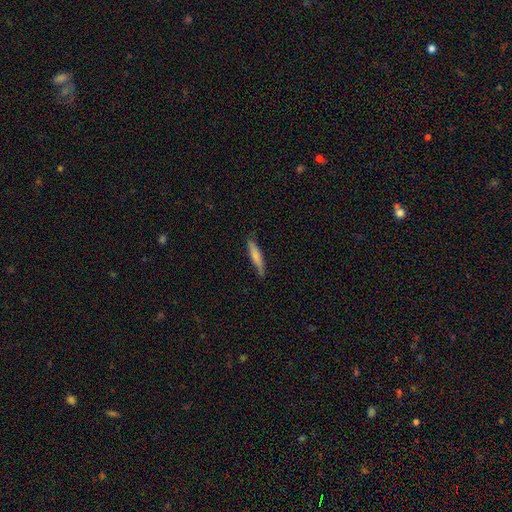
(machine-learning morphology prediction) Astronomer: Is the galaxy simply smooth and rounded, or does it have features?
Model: smooth — 69%.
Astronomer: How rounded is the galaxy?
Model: cigar-shaped — 89%.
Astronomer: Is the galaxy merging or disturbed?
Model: none — 78%.